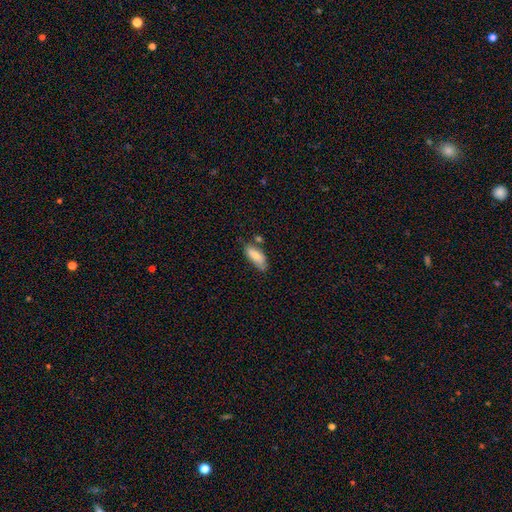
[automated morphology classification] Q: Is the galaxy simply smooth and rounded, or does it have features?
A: smooth — 80%.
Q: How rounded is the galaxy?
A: in between — 78%.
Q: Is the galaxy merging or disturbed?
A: none — 58%.